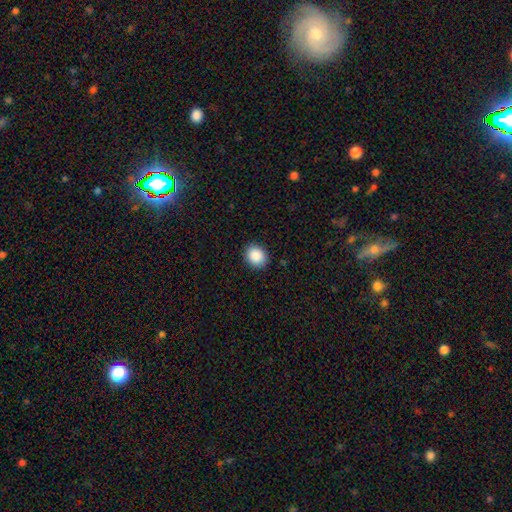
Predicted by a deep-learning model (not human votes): Morphology: type=smooth (89%); roundness=round (63%); merging=none (89%).